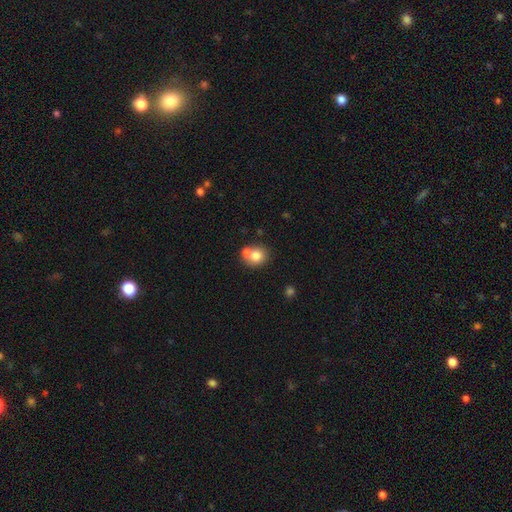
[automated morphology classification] A smooth galaxy with no disk features (75%) that is round (80%).

Vote fractions:
- Smooth or featured? smooth: 75% / featured or disk: 14% / star or artifact: 10%
- How rounded? round: 80% / in between: 19% / cigar-shaped: 1%
- Merging? none: 46% / merger: 43% / minor disturbance: 8% / major disturbance: 3%